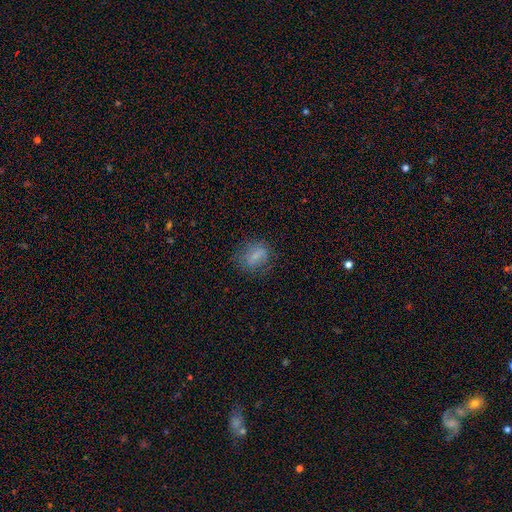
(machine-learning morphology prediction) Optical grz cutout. It shows a smooth galaxy with no disk features (65%) that is in between round and cigar-shaped (60%). Merging: none (66%).